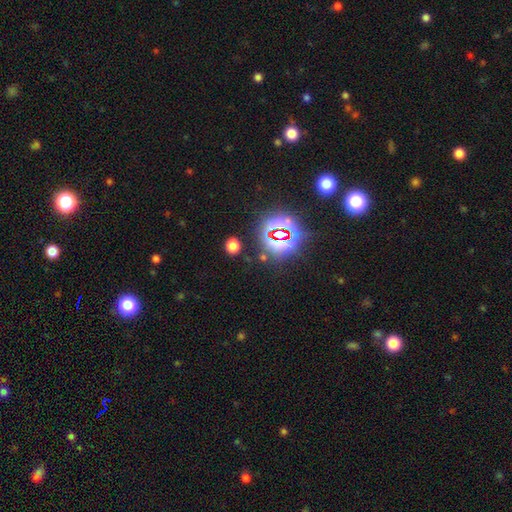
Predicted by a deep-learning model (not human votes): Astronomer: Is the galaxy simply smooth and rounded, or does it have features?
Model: star or artifact — 77%.